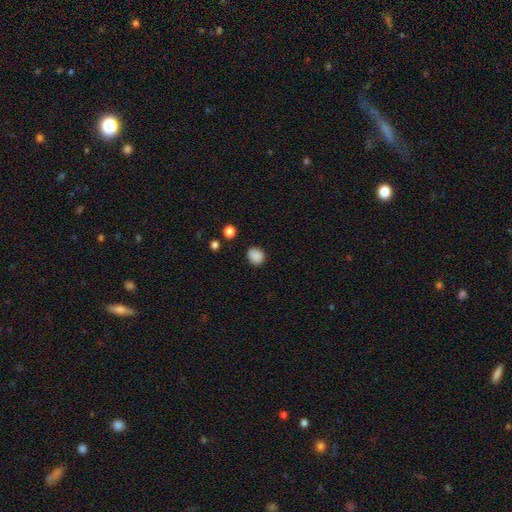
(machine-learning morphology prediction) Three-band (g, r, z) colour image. It shows a smooth galaxy with no disk features (87%) that is round (67%). Merging: none (84%).